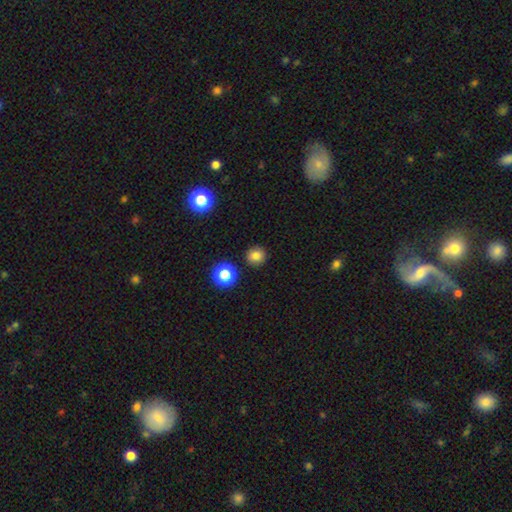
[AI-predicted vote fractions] This is clearly a smooth galaxy (81%). How rounded: clearly round (91%). Merging: clearly none (90%).